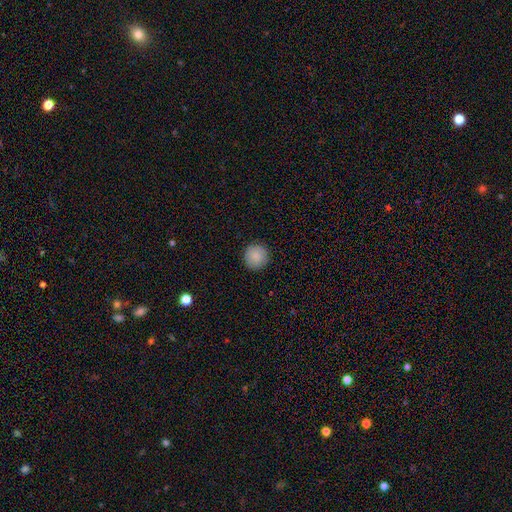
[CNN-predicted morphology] This is clearly a smooth galaxy (88%). How rounded: clearly round (95%). Merging: clearly none (92%).